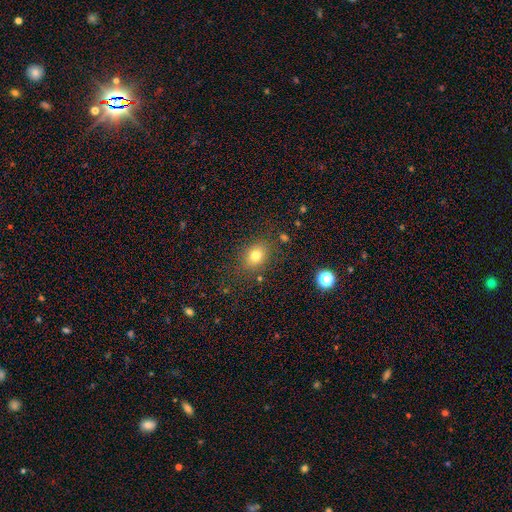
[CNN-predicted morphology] Smooth or featured?
  - smooth: 77% *
  - star or artifact: 13%
  - featured or disk: 10%
How rounded?
  - in between: 61% *
  - round: 38%
  - cigar-shaped: 1%
Merging?
  - none: 81% *
  - minor disturbance: 12%
  - major disturbance: 5%
  - merger: 3%